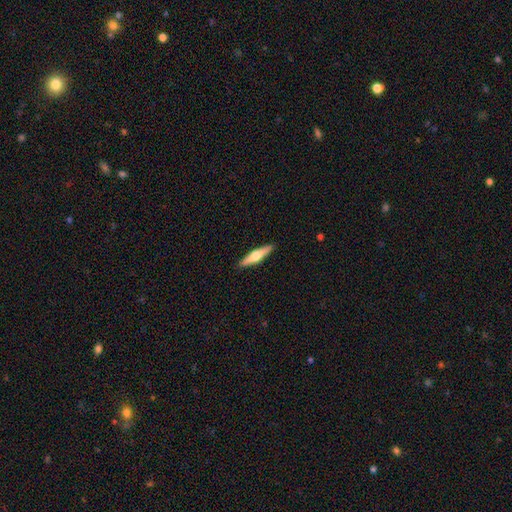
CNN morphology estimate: type=featured or disk (55%); edge-on=yes (96%); edge-on bulge=rounded (92%); merging=none (91%).